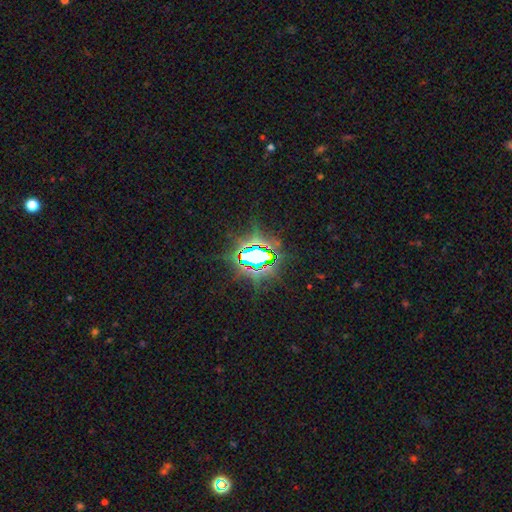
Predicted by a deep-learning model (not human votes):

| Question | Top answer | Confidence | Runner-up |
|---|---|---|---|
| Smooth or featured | star or artifact | 78% | smooth (11%) |